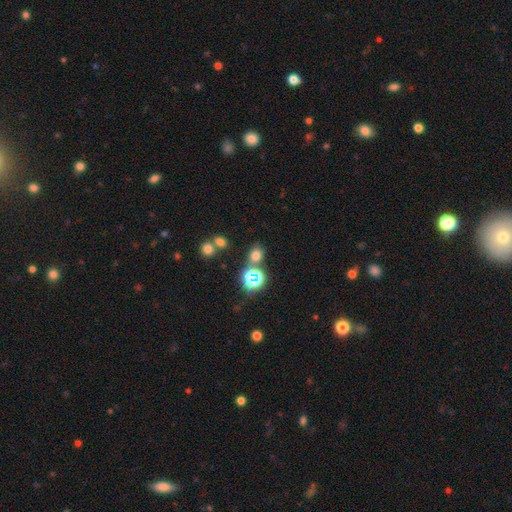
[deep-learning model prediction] A smooth galaxy with no disk features (64%) that is round (68%). Merging: none (72%).